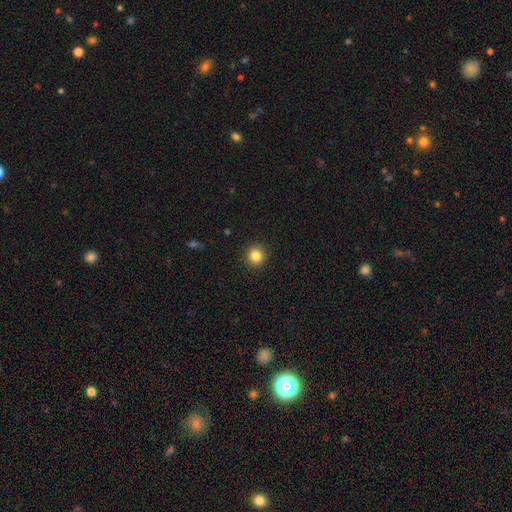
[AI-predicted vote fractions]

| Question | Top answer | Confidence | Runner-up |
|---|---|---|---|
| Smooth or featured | smooth | 84% | star or artifact (11%) |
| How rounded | round | 90% | in between (9%) |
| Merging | none | 92% | minor disturbance (5%) |